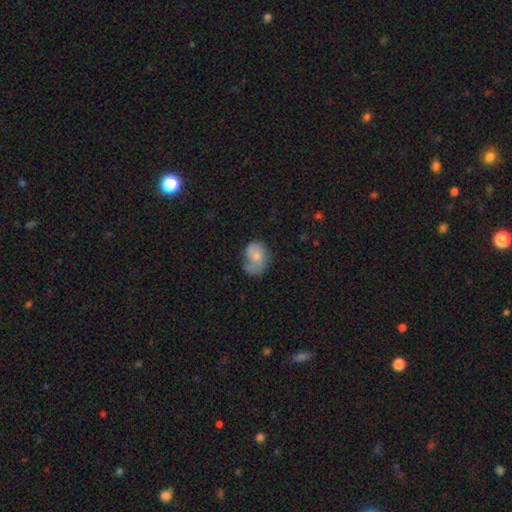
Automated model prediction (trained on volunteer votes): This appears to be a smooth galaxy with no disk features (57%) that is in between round and cigar-shaped (62%). Merging: none (37%).